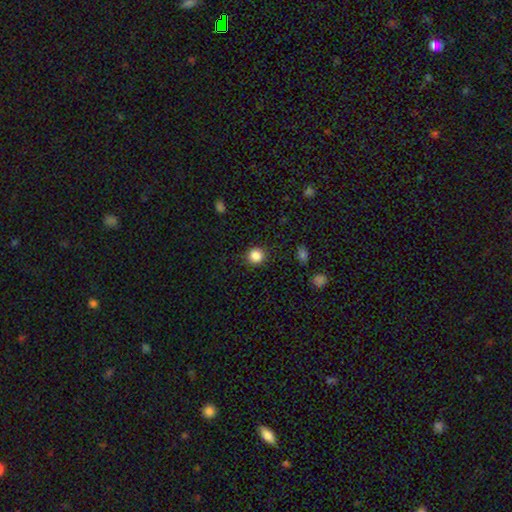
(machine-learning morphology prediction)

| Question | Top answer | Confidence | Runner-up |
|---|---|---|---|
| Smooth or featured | smooth | 86% | star or artifact (11%) |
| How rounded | round | 92% | in between (7%) |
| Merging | none | 90% | minor disturbance (6%) |